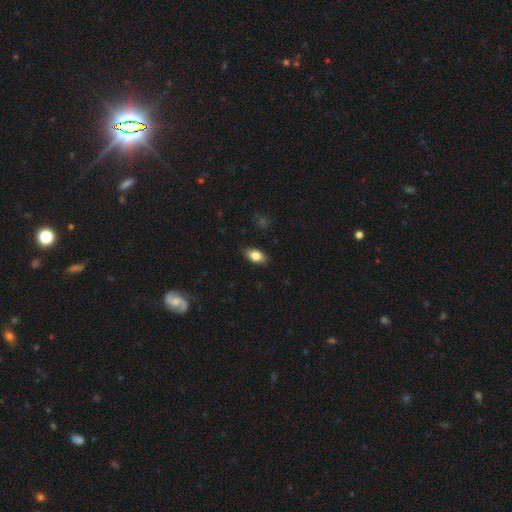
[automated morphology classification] type=smooth (82%); roundness=in between (89%); merging=none (86%).